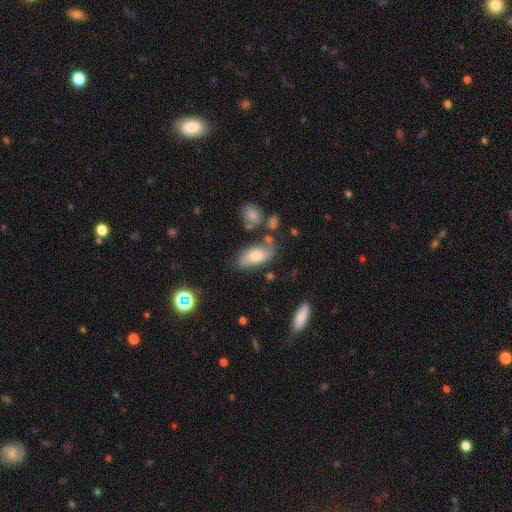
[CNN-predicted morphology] A smooth galaxy with no disk features (52%) that is in between round and cigar-shaped (88%).

Vote fractions:
- Smooth or featured? smooth: 52% / featured or disk: 38% / star or artifact: 9%
- How rounded? in between: 88% / cigar-shaped: 8% / round: 5%
- Merging? none: 56% / minor disturbance: 25% / major disturbance: 10% / merger: 9%